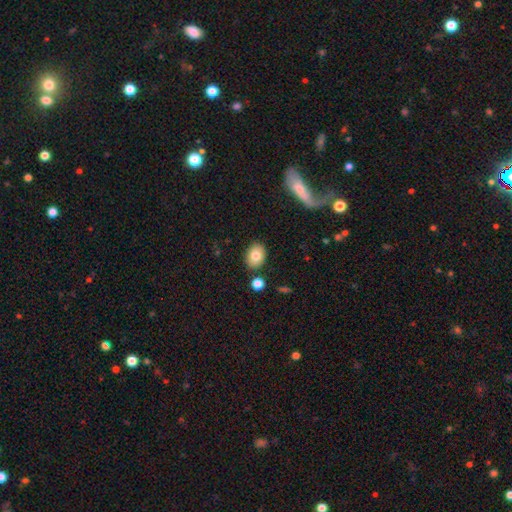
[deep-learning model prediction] A smooth galaxy with no disk features (80%) that is in between round and cigar-shaped (65%). Merging: none (84%).